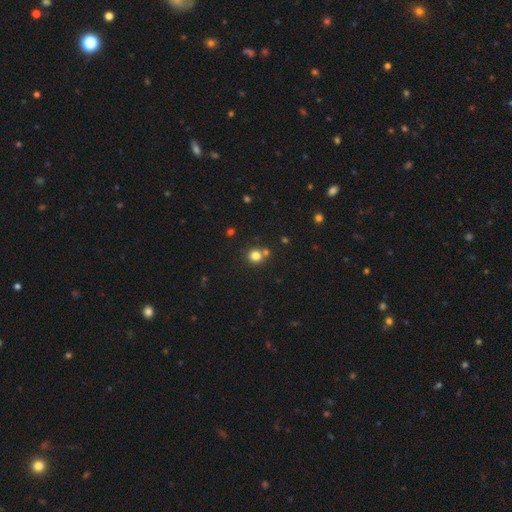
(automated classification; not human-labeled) Smooth or featured: smooth — 79% (star or artifact — 15%)
How rounded: round — 91% (in between — 9%)
Merging: none — 70% (merger — 19%)